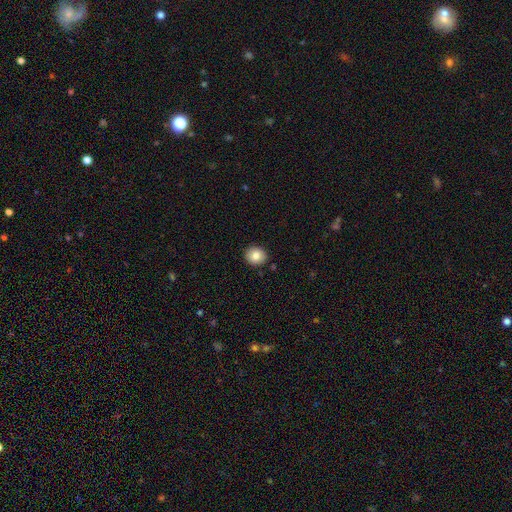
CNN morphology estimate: smooth-or-featured: smooth: 84% | star or artifact: 9% | featured or disk: 7%
  how-rounded: round: 77% | in between: 22% | cigar-shaped: 1%
  merging: none: 90% | minor disturbance: 7% | major disturbance: 2% | merger: 1%